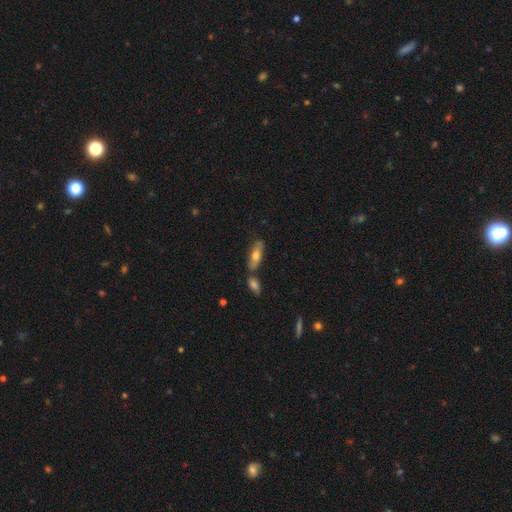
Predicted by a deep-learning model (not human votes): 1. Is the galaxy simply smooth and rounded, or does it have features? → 58% smooth, 35% featured or disk, 7% star or artifact.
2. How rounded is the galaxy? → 62% in between, 36% cigar-shaped, 3% round.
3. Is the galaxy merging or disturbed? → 67% none, 16% merger, 13% minor disturbance, 3% major disturbance.